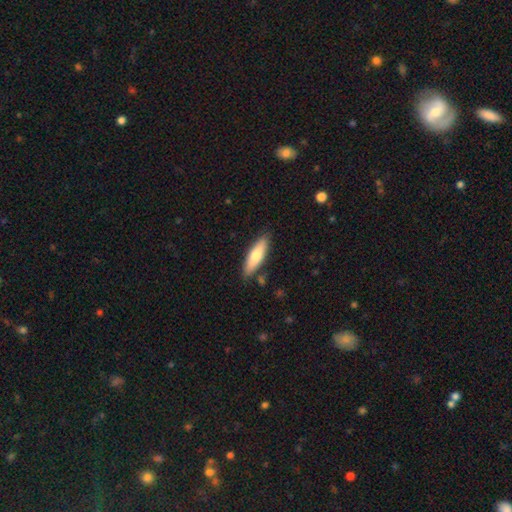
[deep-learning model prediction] Morphology: type=smooth (72%); roundness=cigar-shaped (59%); merging=none (84%).